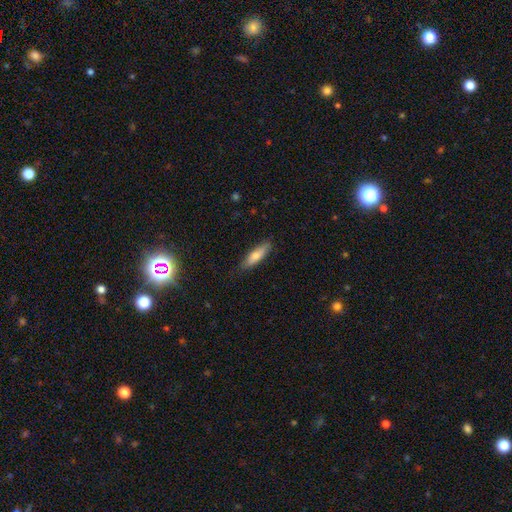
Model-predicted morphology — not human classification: This is likely a smooth galaxy (74%). How rounded: likely cigar-shaped (61%). Merging: clearly none (82%).